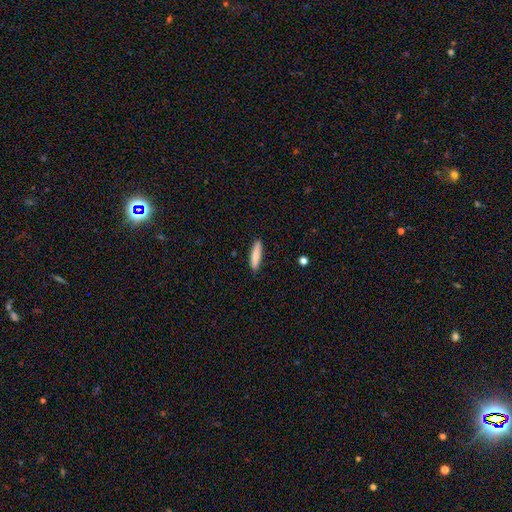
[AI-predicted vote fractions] A smooth galaxy with no disk features (85%) that is cigar-shaped (80%).

Vote fractions:
- Smooth or featured? smooth: 85% / featured or disk: 9% / star or artifact: 6%
- How rounded? cigar-shaped: 80% / in between: 19% / round: 1%
- Merging? none: 89% / minor disturbance: 8% / major disturbance: 2% / merger: 1%